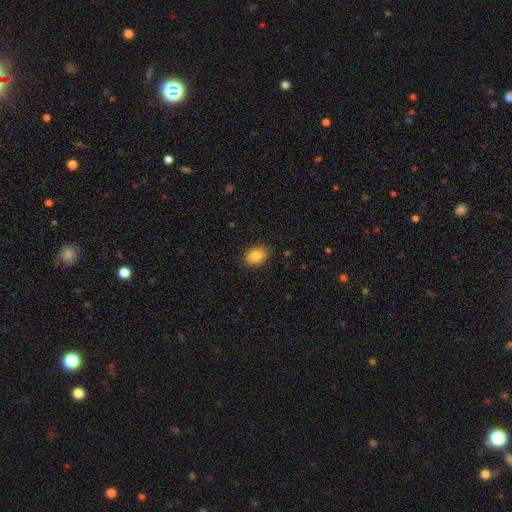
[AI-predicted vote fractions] Smooth or featured?
  - smooth: 85% *
  - star or artifact: 8%
  - featured or disk: 7%
How rounded?
  - in between: 77% *
  - round: 22%
  - cigar-shaped: 1%
Merging?
  - none: 87% *
  - minor disturbance: 10%
  - major disturbance: 2%
  - merger: 1%